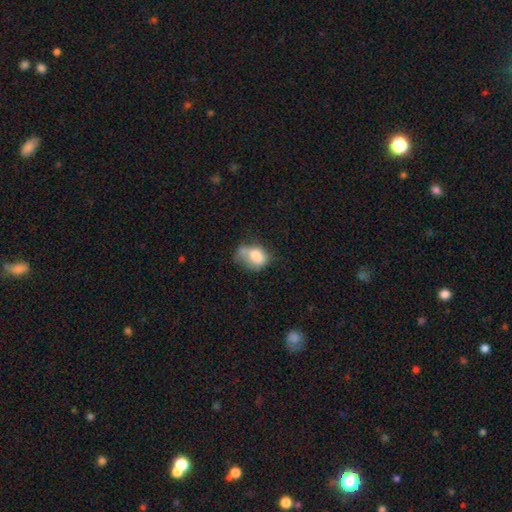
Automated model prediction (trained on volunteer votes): The model was most divided on "merging": minor disturbance: 32%, major disturbance: 28%, none: 24%, merger: 16%. More confident: how rounded — in between (74%); smooth or featured — smooth (74%).